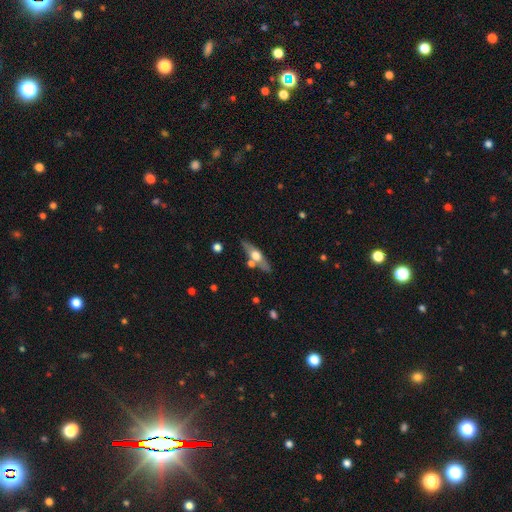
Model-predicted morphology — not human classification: type=featured or disk (55%); edge-on=yes (84%); merging=none (74%).